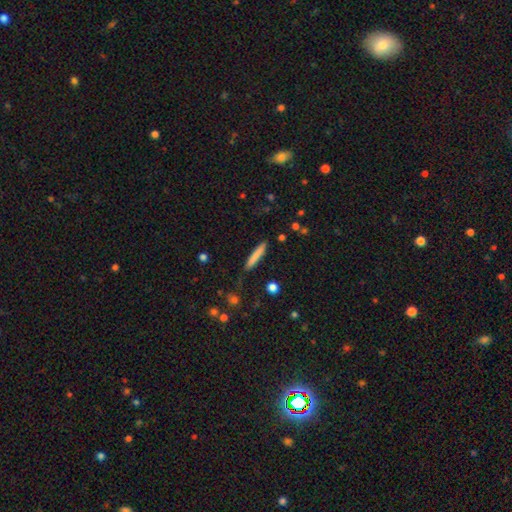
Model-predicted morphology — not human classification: Q: Smooth or featured?
A: smooth (78%); runner-up: featured or disk (16%)
Q: How rounded?
A: cigar-shaped (94%); runner-up: in between (5%)
Q: Merging?
A: none (86%); runner-up: minor disturbance (10%)